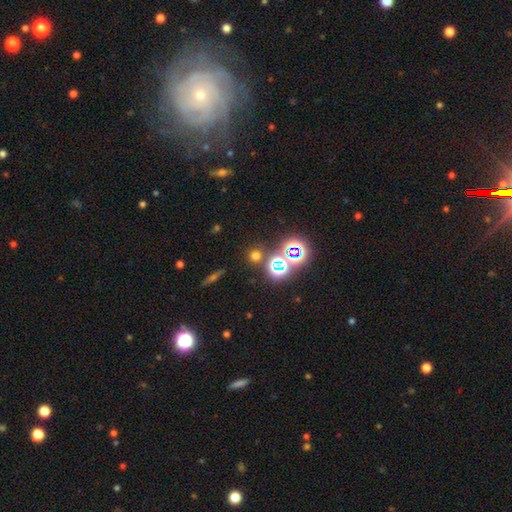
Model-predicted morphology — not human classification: Smooth or featured? Predicted: smooth (p=0.57). How rounded? Predicted: round (p=0.88). Merging? Predicted: none (p=0.81).